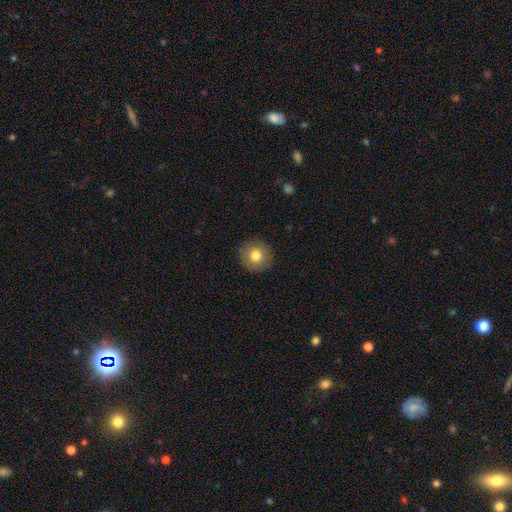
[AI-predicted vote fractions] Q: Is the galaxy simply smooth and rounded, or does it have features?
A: smooth — 79%.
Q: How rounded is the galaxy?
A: round — 94%.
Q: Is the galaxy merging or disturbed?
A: none — 90%.